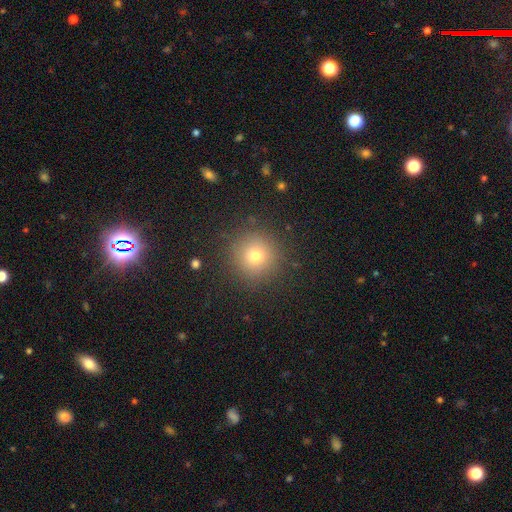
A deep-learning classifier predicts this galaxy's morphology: smooth-or-featured: smooth: 73% | star or artifact: 17% | featured or disk: 10%
  how-rounded: round: 95% | in between: 4% | cigar-shaped: 1%
  merging: none: 89% | minor disturbance: 7% | major disturbance: 3% | merger: 1%